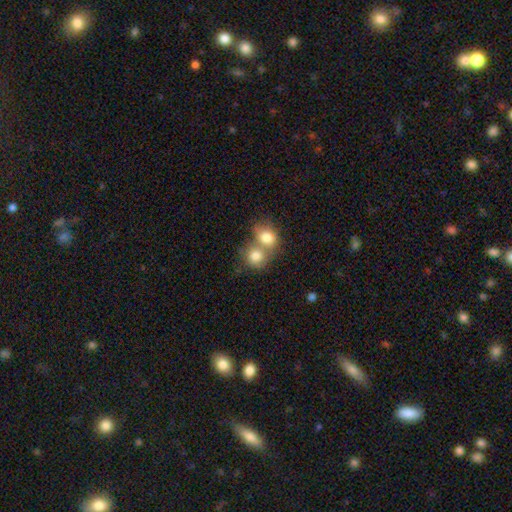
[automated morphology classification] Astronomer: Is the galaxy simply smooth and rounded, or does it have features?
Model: smooth — 78%.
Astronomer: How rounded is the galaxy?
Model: round — 73%.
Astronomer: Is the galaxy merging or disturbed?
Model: merger — 65%.